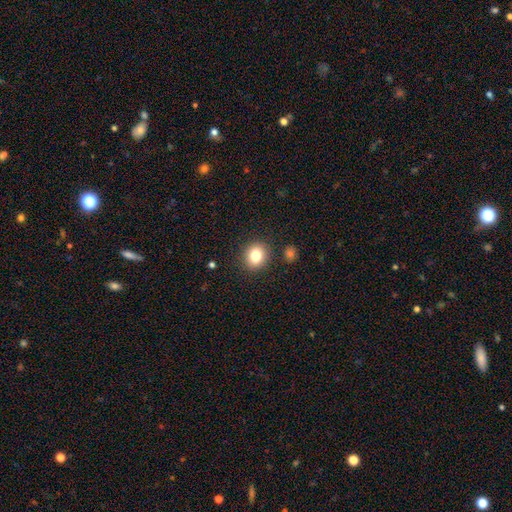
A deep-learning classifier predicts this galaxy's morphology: A smooth galaxy with no disk features (81%) that is round (73%). Merging: none (88%).